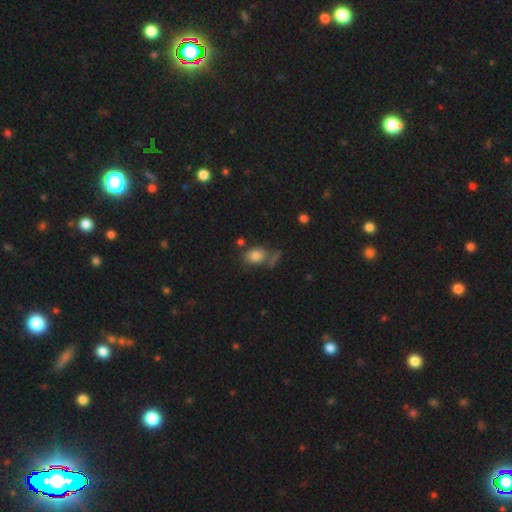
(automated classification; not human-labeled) smooth 80%, star or artifact 11%, featured or disk 9%. Down the decision tree: how rounded — in between (65%); merging — none (61%).